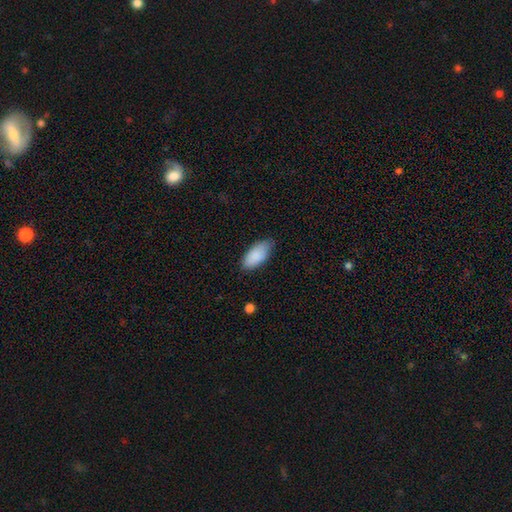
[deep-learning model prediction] A smooth galaxy with no disk features (88%) that is in between round and cigar-shaped (92%).

Vote fractions:
- Smooth or featured? smooth: 88% / star or artifact: 6% / featured or disk: 6%
- How rounded? in between: 92% / cigar-shaped: 6% / round: 2%
- Merging? none: 77% / minor disturbance: 18% / major disturbance: 3% / merger: 1%